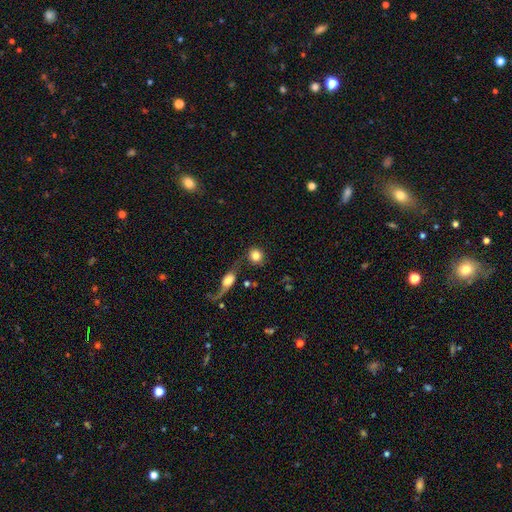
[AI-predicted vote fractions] smooth-or-featured: smooth: 83% | featured or disk: 9% | star or artifact: 8%
  how-rounded: round: 88% | in between: 10% | cigar-shaped: 2%
  merging: none: 63% | merger: 18% | minor disturbance: 11% | major disturbance: 9%